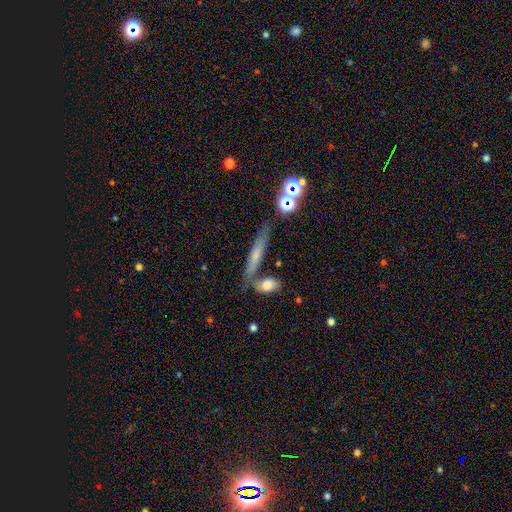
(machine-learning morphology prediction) Smooth or featured? Predicted: smooth (p=0.56). How rounded? Predicted: cigar-shaped (p=0.80). Merging? Predicted: none (p=0.61).